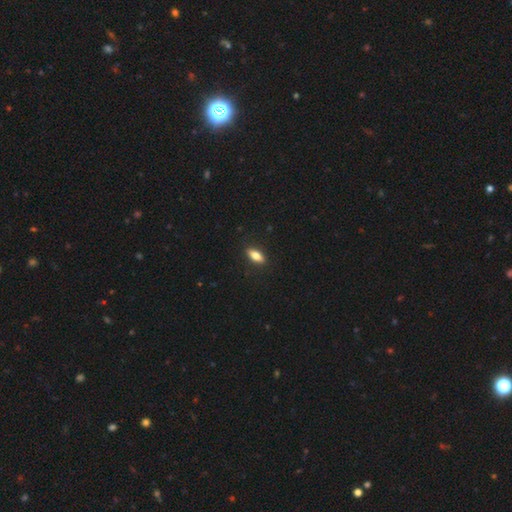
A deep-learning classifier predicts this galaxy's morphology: A smooth galaxy with no disk features (76%) that is in between round and cigar-shaped (74%). Merging: none (88%).